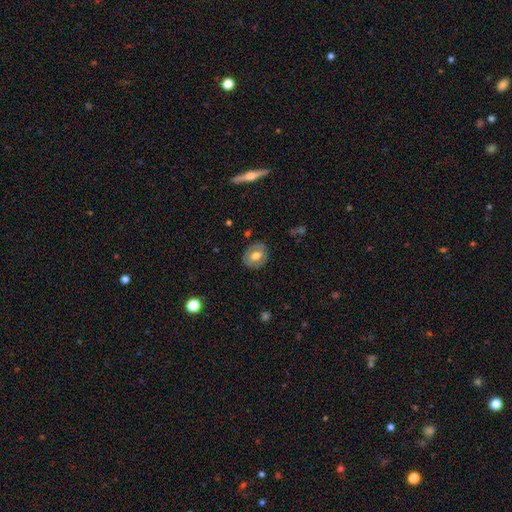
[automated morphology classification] Smooth or featured? Predicted: smooth (p=0.54). How rounded? Predicted: round (p=0.55). Merging? Predicted: none (p=0.82).